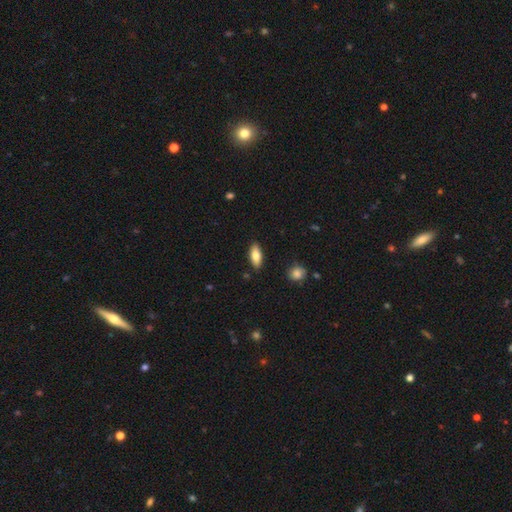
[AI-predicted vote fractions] Q: Smooth or featured?
A: smooth (81%); runner-up: featured or disk (13%)
Q: How rounded?
A: in between (81%); runner-up: cigar-shaped (17%)
Q: Merging?
A: none (87%); runner-up: minor disturbance (9%)